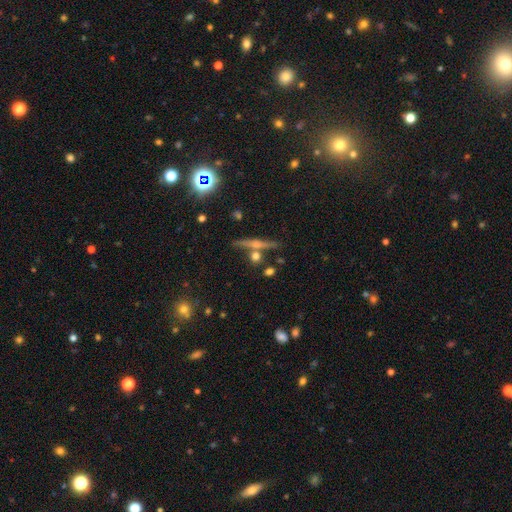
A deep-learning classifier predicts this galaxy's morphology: A featured or disk galaxy (49%).

Vote fractions:
- Smooth or featured? featured or disk: 49% / smooth: 39% / star or artifact: 11%
- Merging? none: 72% / merger: 15% / minor disturbance: 10% / major disturbance: 3%